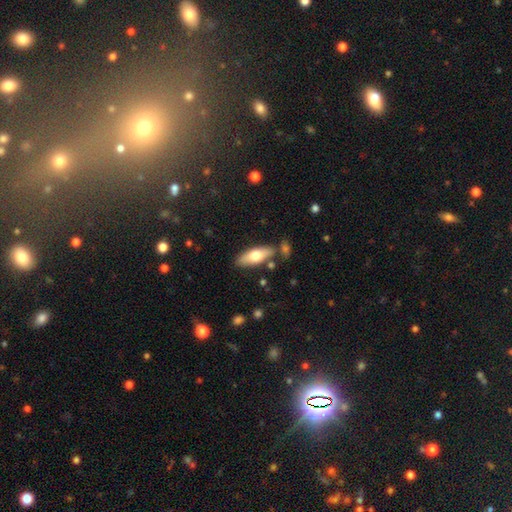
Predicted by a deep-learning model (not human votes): Smooth or featured?
  - smooth: 66% *
  - featured or disk: 28%
  - star or artifact: 6%
How rounded?
  - in between: 68% *
  - cigar-shaped: 30%
  - round: 2%
Merging?
  - none: 78% *
  - minor disturbance: 13%
  - merger: 6%
  - major disturbance: 3%